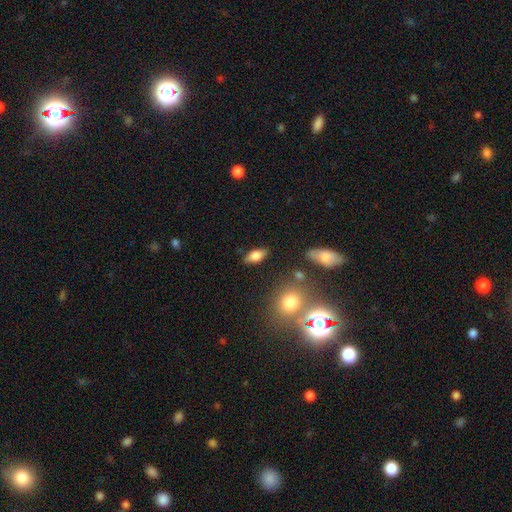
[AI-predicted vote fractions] Smooth or featured? Predicted: smooth (p=0.70). How rounded? Predicted: in between (p=0.81). Merging? Predicted: none (p=0.84).